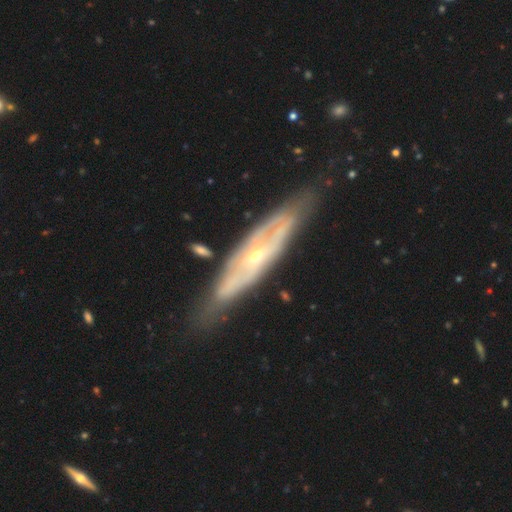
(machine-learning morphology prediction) Overall: featured or disk (80%). Edge-on disk: no (61%; yes 39%). Merging: none (75%).